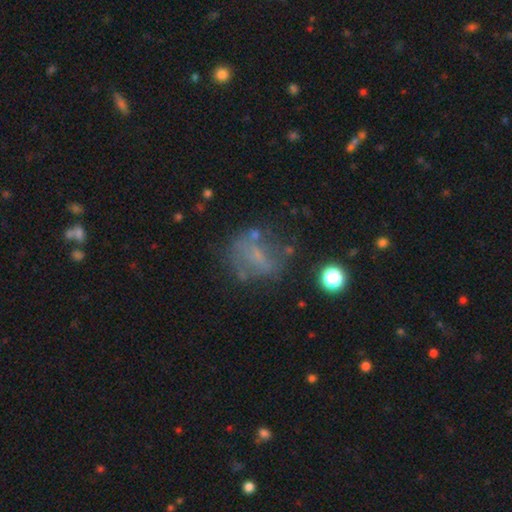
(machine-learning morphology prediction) type=featured or disk (40%); merging=none (51%).